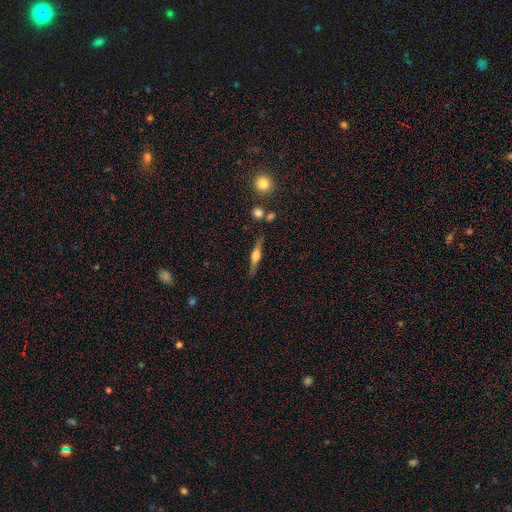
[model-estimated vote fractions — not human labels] This appears to be a featured or disk galaxy (64%) viewed edge-on (96%) with a rounded central bulge (86%). Merging: none (82%).